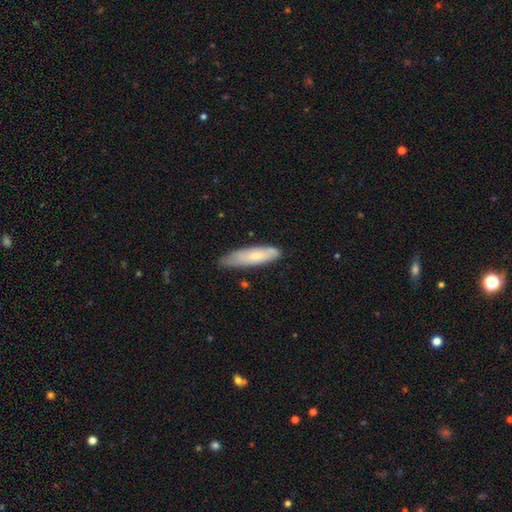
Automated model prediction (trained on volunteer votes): Smooth or featured? smooth (70%)
How rounded? cigar-shaped (66%)
Merging? none (66%)